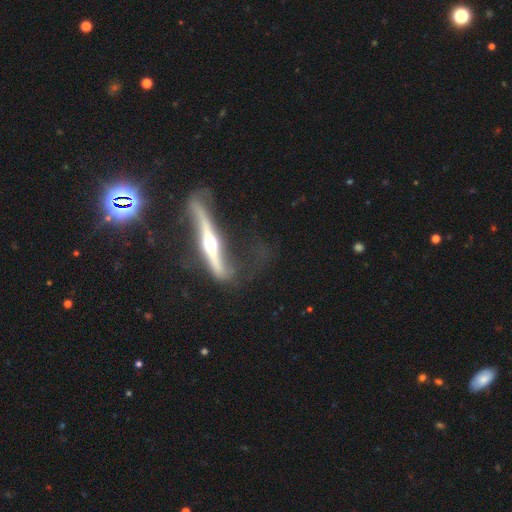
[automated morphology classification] Overall: featured or disk (83%). Edge-on disk: yes (78%). Edge-on bulge: rounded (91%). Merging: none (49%; minor disturbance 24%).